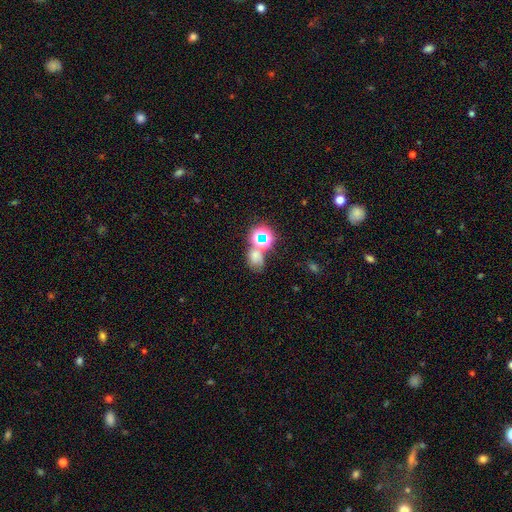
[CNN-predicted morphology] smooth 50%, star or artifact 37%, featured or disk 14%. Down the decision tree: merging — none (43%).